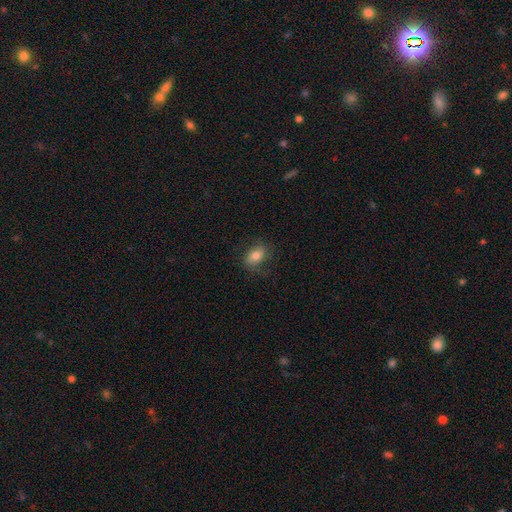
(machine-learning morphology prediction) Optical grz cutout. It shows a smooth galaxy with no disk features (73%) that is in between round and cigar-shaped (79%). Merging: none (74%).